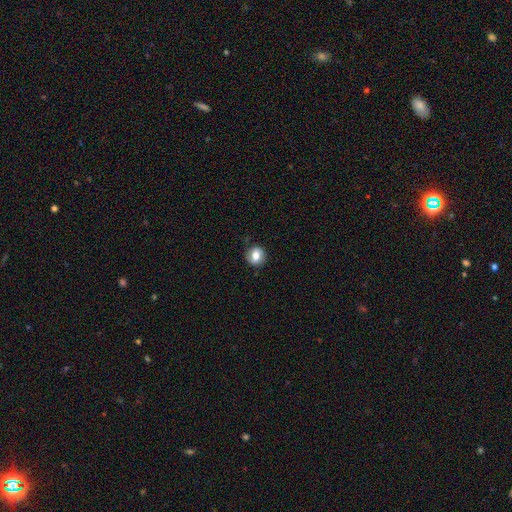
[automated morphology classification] Overall: smooth (69%). How rounded: round (75%). Merging: none (84%).